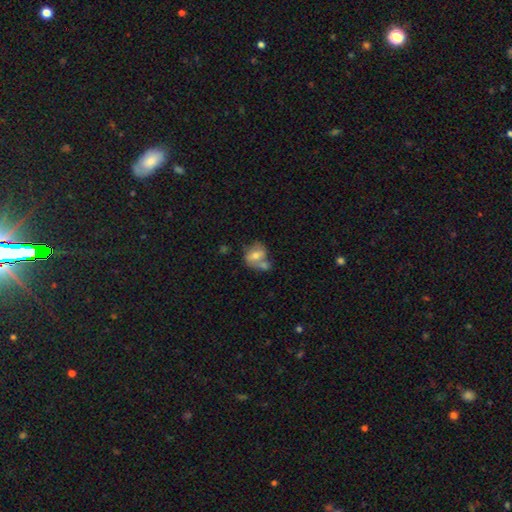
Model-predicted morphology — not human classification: Smooth or featured? smooth (60%)
How rounded? in between (55%)
Merging? merger (42%)